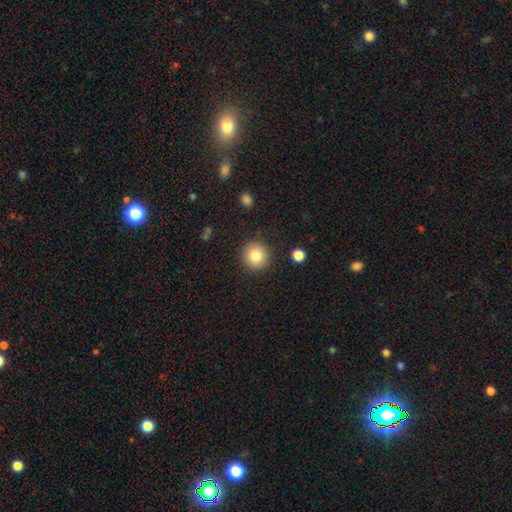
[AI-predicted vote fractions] smooth_or_featured: smooth (p=0.83) [alt: star or artifact p=0.09]
how_rounded: round (p=0.93) [alt: in between p=0.06]
merging: none (p=0.89) [alt: minor disturbance p=0.07]